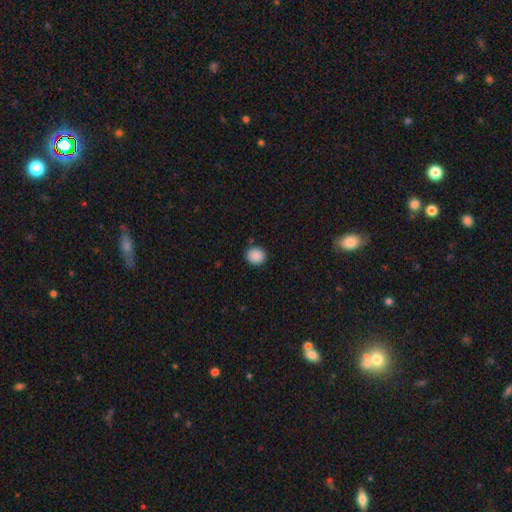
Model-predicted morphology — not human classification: smooth-or-featured: smooth: 89% | star or artifact: 9% | featured or disk: 3%
  how-rounded: round: 78% | in between: 21% | cigar-shaped: 1%
  merging: none: 89% | minor disturbance: 8% | major disturbance: 2% | merger: 2%